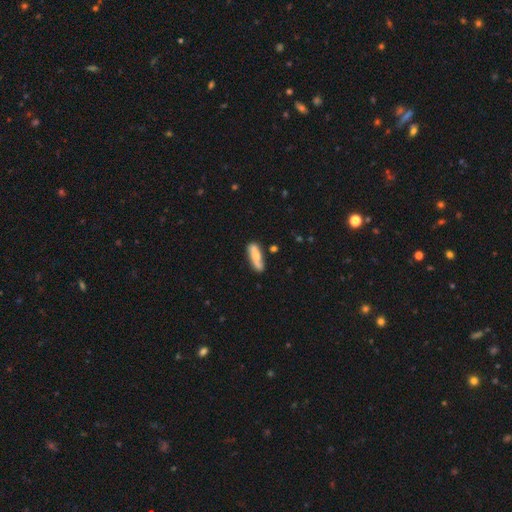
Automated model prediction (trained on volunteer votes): Smooth or featured?
  - smooth: 50% *
  - featured or disk: 45%
  - star or artifact: 6%
Merging?
  - none: 72% *
  - minor disturbance: 18%
  - merger: 6%
  - major disturbance: 4%